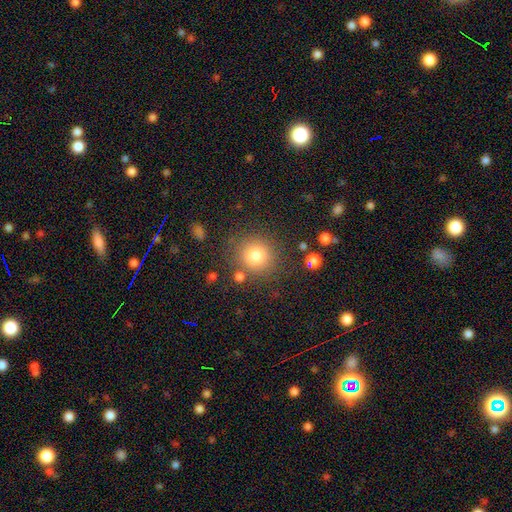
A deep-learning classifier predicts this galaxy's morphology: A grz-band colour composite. It shows a smooth galaxy with no disk features (79%) that is round (92%). Merging: none (81%).